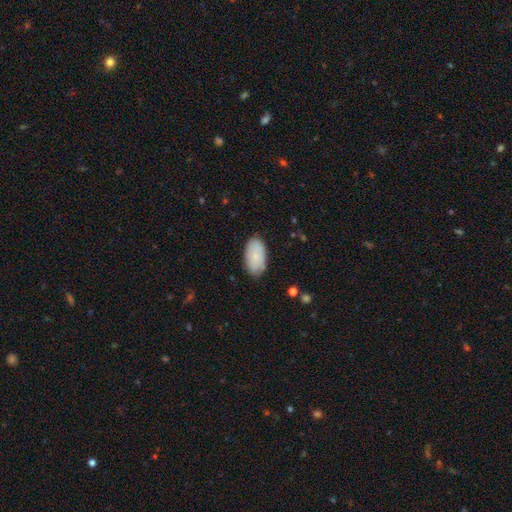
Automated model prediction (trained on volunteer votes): Smooth or featured? Predicted: smooth (p=0.80). How rounded? Predicted: in between (p=0.95). Merging? Predicted: none (p=0.83).